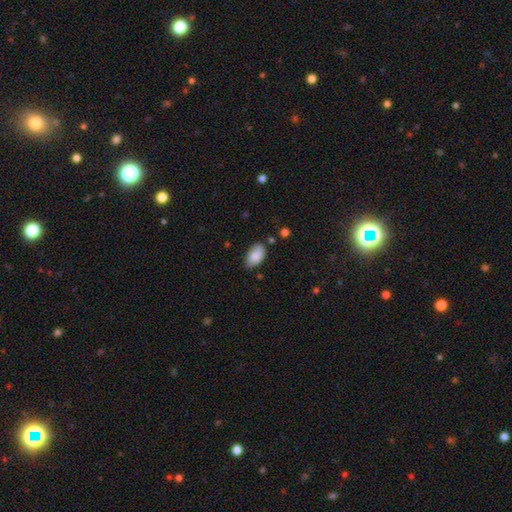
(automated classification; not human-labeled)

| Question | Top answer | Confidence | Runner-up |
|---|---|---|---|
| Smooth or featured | smooth | 86% | featured or disk (7%) |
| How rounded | in between | 93% | round (5%) |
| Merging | none | 72% | minor disturbance (22%) |